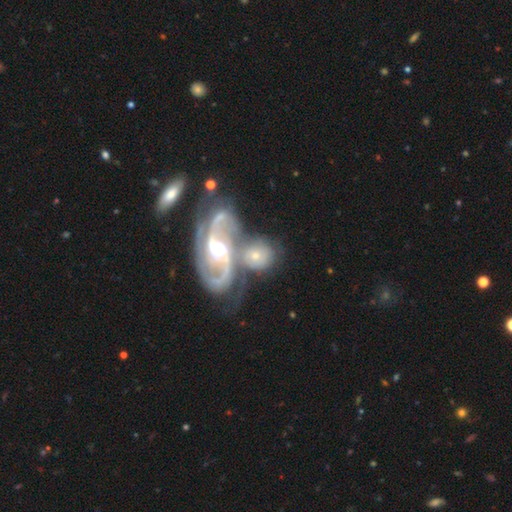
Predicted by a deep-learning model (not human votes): This is likely a featured or disk galaxy (66%). It is clearly not viewed edge-on (94%). Bar: possibly no (49%). Spiral arm pattern: clearly yes (89%). Spiral arm count: clearly 2 (81%). Spiral winding: possibly medium (49%). Central bulge: likely moderate (63%). Merging: possibly merger (55%).